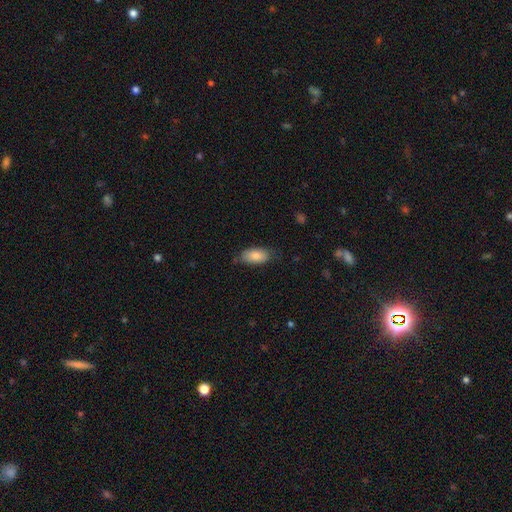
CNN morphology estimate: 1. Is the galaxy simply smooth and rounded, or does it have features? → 86% smooth, 8% featured or disk, 6% star or artifact.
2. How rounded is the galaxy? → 91% in between, 7% cigar-shaped, 3% round.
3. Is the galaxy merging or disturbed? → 71% none, 23% minor disturbance, 5% major disturbance, 1% merger.